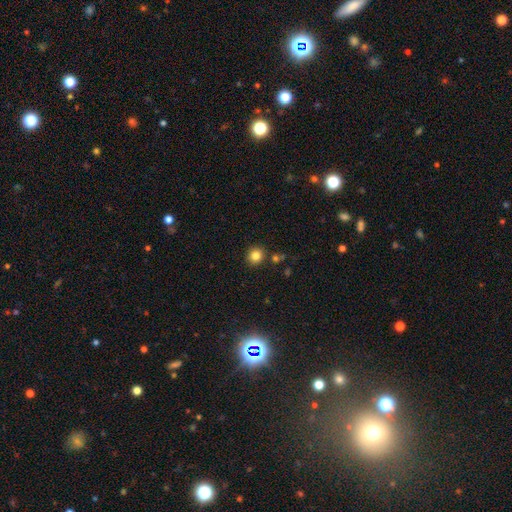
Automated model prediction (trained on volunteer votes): A smooth galaxy with no disk features (82%) that is round (90%).

Vote fractions:
- Smooth or featured? smooth: 82% / star or artifact: 12% / featured or disk: 6%
- How rounded? round: 90% / in between: 9% / cigar-shaped: 1%
- Merging? none: 87% / minor disturbance: 7% / merger: 4% / major disturbance: 2%